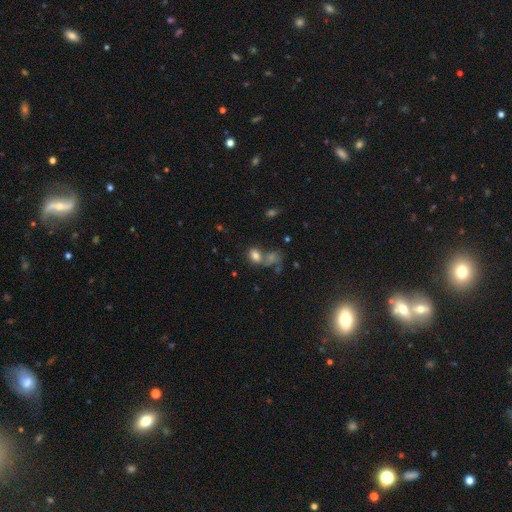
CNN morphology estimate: type=smooth (75%); roundness=in between (75%); merging=merger (40%).